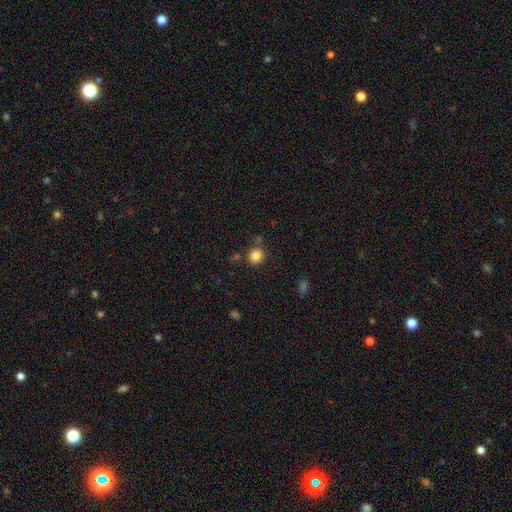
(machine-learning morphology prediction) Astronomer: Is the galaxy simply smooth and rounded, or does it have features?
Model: smooth — 84%.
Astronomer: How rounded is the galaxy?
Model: round — 91%.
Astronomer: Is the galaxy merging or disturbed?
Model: none — 79%.